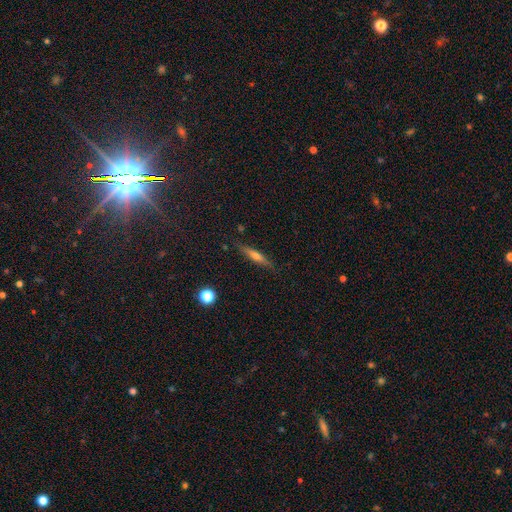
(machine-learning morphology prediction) Smooth or featured: featured or disk — 58% (smooth — 33%)
Edge-on disk: yes — 95% (no — 5%)
Edge-on bulge: rounded — 81% (none — 13%)
Merging: none — 87% (minor disturbance — 10%)